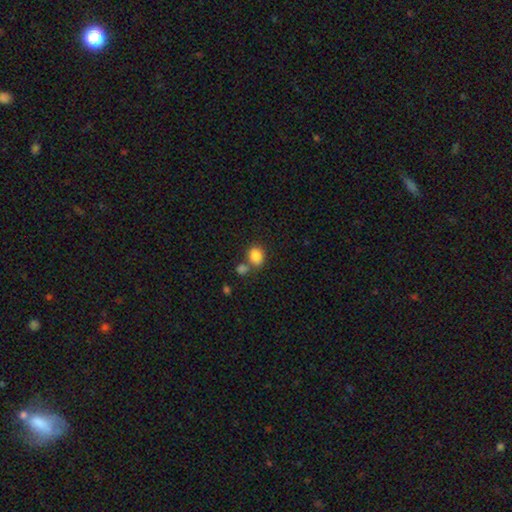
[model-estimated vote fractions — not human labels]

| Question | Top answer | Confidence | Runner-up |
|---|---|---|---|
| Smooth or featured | smooth | 85% | star or artifact (10%) |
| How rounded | in between | 51% | round (48%) |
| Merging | none | 58% | merger (25%) |